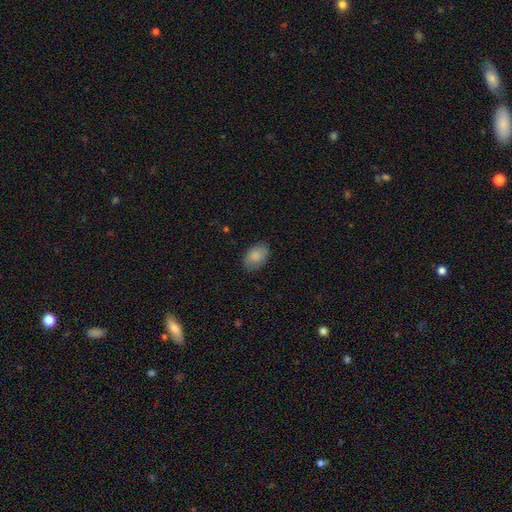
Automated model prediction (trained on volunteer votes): This is clearly a smooth galaxy (86%). How rounded: clearly in between (88%). Merging: clearly none (84%).